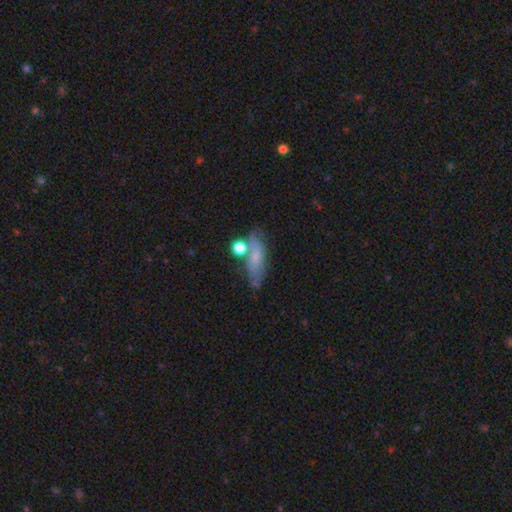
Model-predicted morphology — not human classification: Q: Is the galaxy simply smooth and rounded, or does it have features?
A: smooth — 56%.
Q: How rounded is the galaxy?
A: in between — 57%.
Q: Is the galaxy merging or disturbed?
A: none — 54%.